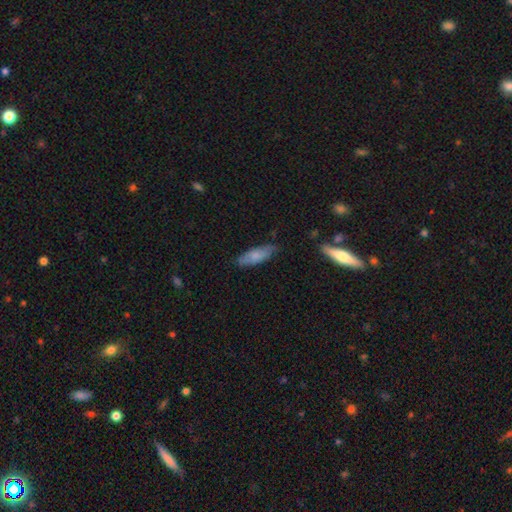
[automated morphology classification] A smooth galaxy with no disk features (76%) that is in between round and cigar-shaped (51%). Merging: none (77%).